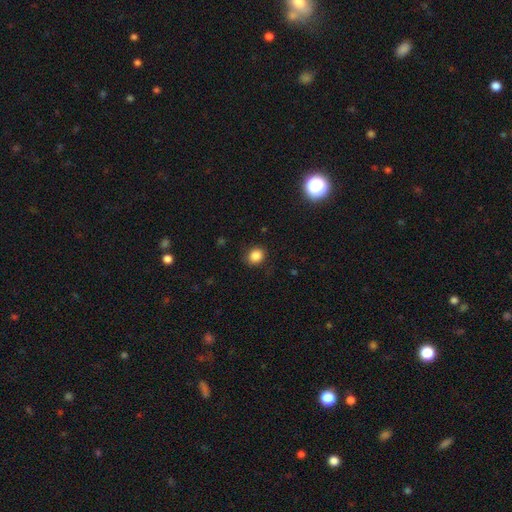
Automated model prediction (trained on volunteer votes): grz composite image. It shows a smooth galaxy with no disk features (85%) that is round (71%). Merging: none (86%).